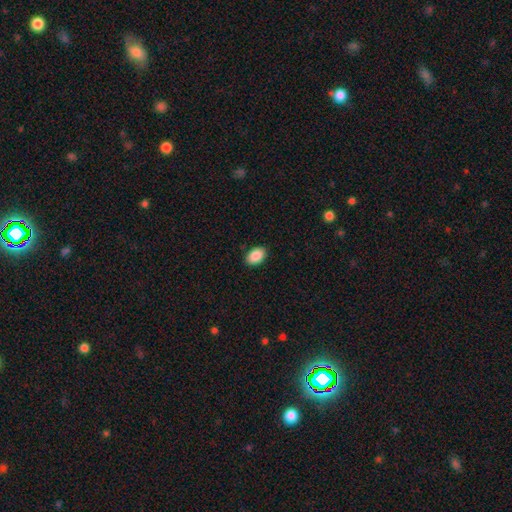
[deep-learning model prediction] Morphology: type=smooth (89%); roundness=in between (90%); merging=none (90%).